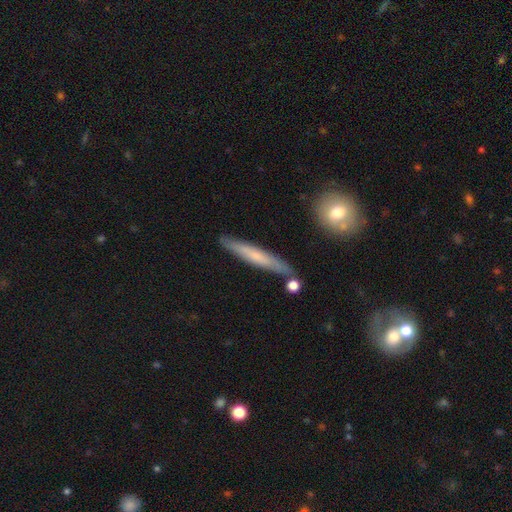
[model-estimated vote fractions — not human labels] smooth_or_featured: smooth (p=0.51) [alt: featured or disk p=0.43]
how_rounded: cigar-shaped (p=0.94) [alt: in between p=0.05]
merging: none (p=0.83) [alt: minor disturbance p=0.11]